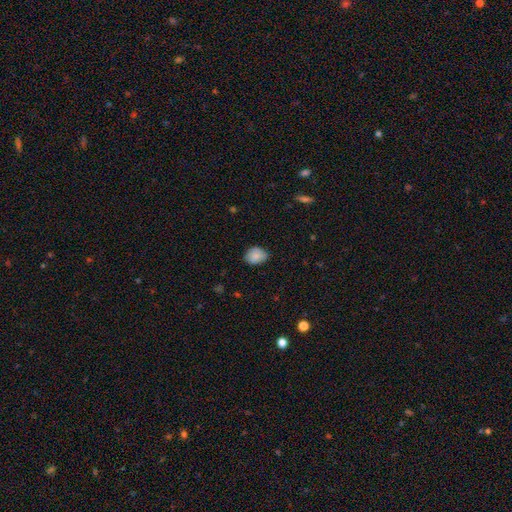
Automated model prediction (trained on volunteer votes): Overall: smooth (82%). How rounded: in between (55%; round 44%). Merging: none (72%).